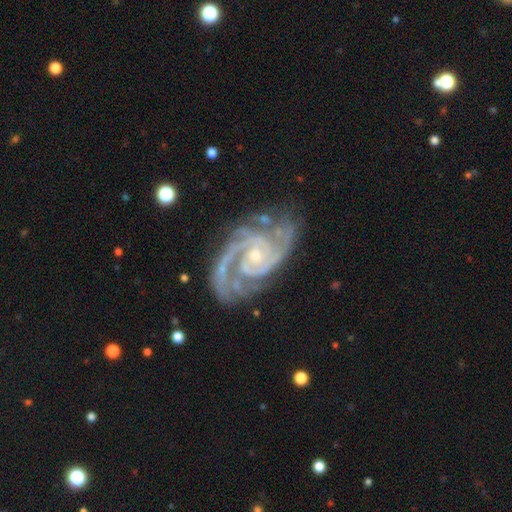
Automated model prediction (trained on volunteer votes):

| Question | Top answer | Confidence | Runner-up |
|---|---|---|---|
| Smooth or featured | featured or disk | 94% | star or artifact (4%) |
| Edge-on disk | no | 98% | yes (2%) |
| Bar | no | 64% | weak (27%) |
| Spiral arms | yes | 99% | no (1%) |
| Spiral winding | tight | 56% | medium (39%) |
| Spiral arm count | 2 | 53% | 3 (27%) |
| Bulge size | small | 67% | moderate (29%) |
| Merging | none | 69% | minor disturbance (20%) |